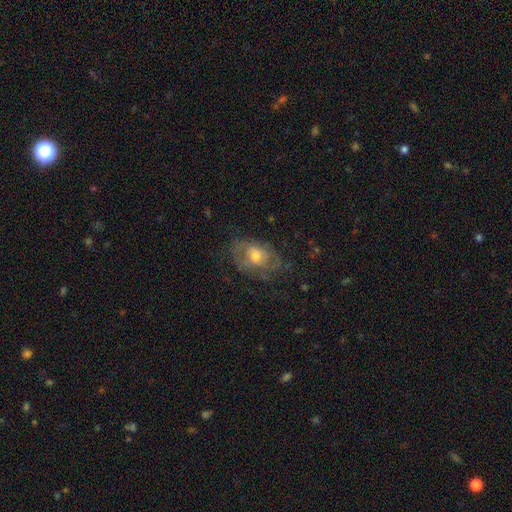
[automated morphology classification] smooth_or_featured: featured or disk (p=0.58) [alt: smooth p=0.33]
disk_edge_on: no (p=0.95) [alt: yes p=0.05]
bar: no (p=0.74) [alt: weak p=0.22]
has_spiral_arms: yes (p=0.59) [alt: no p=0.41]
bulge_size: moderate (p=0.61) [alt: small p=0.28]
merging: none (p=0.55) [alt: minor disturbance p=0.24]